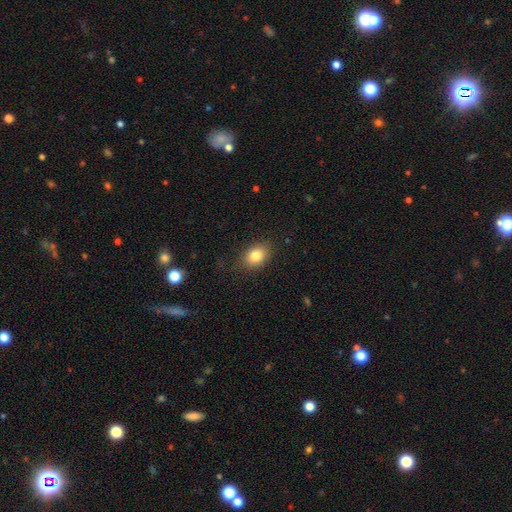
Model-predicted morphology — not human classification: This is clearly a smooth galaxy (83%). How rounded: likely in between (73%). Merging: clearly none (82%).